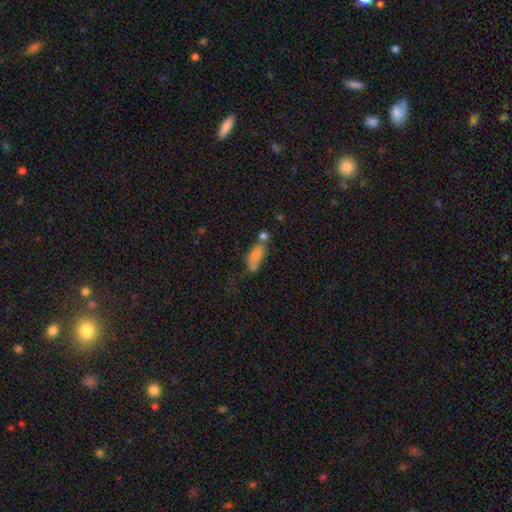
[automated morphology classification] Smooth or featured? Predicted: smooth (p=0.75). How rounded? Predicted: in between (p=0.77). Merging? Predicted: merger (p=0.36).